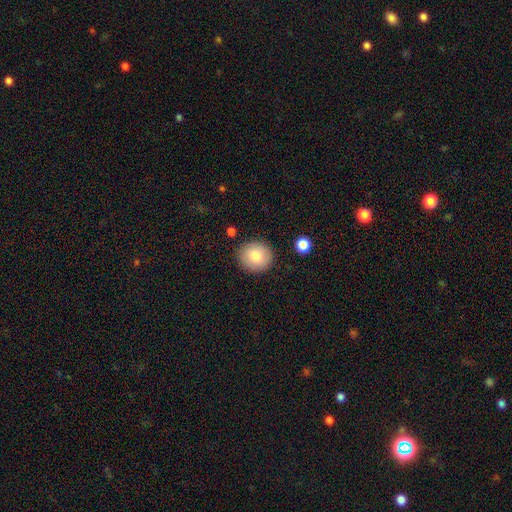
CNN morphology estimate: Smooth or featured? smooth (81%)
How rounded? round (86%)
Merging? none (88%)